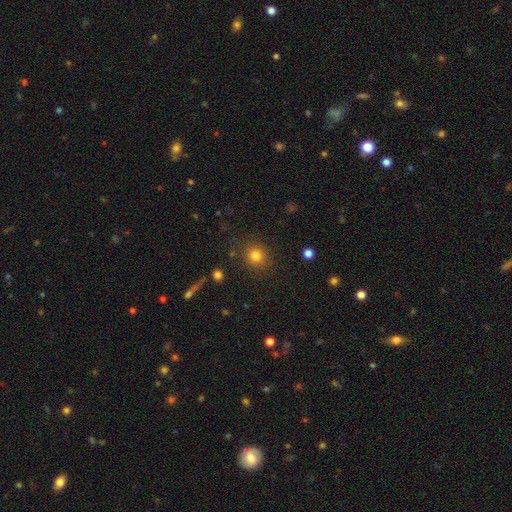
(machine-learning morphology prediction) Overall: smooth (81%). How rounded: round (87%). Merging: none (86%).